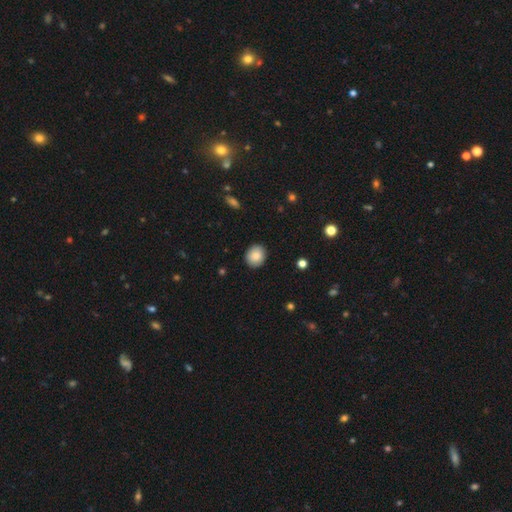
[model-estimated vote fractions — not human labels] Smooth or featured?
  - smooth: 85% *
  - star or artifact: 8%
  - featured or disk: 7%
How rounded?
  - round: 75% *
  - in between: 24%
  - cigar-shaped: 1%
Merging?
  - none: 90% *
  - minor disturbance: 8%
  - major disturbance: 2%
  - merger: 1%